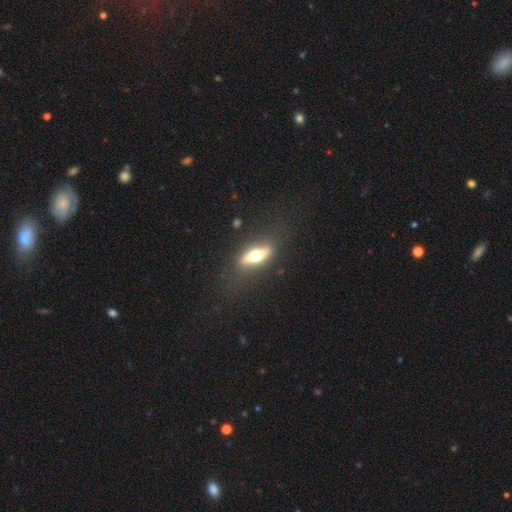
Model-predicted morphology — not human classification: Smooth or featured?
  - featured or disk: 56% *
  - smooth: 38%
  - star or artifact: 6%
Edge-on disk?
  - yes: 80% *
  - no: 20%
Merging?
  - none: 78% *
  - minor disturbance: 14%
  - major disturbance: 7%
  - merger: 2%